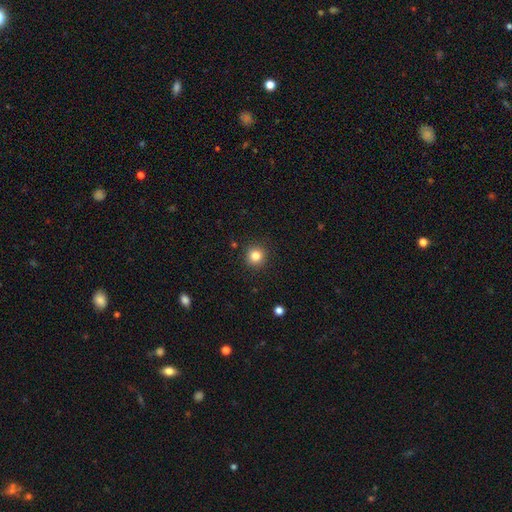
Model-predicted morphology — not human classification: Smooth or featured? smooth (83%)
How rounded? round (93%)
Merging? none (91%)